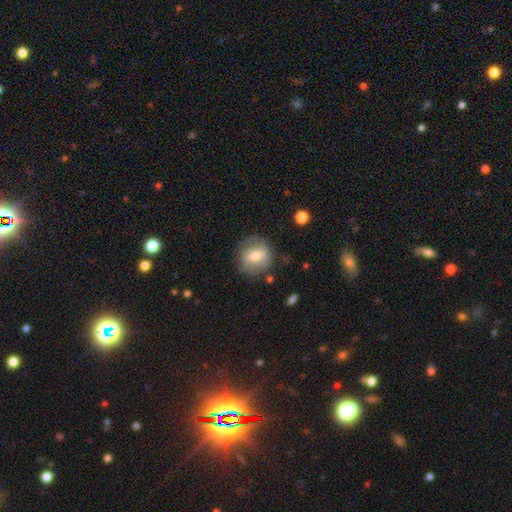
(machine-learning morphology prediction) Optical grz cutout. It shows a smooth galaxy with no disk features (54%) that is round (82%). Merging: none (76%).